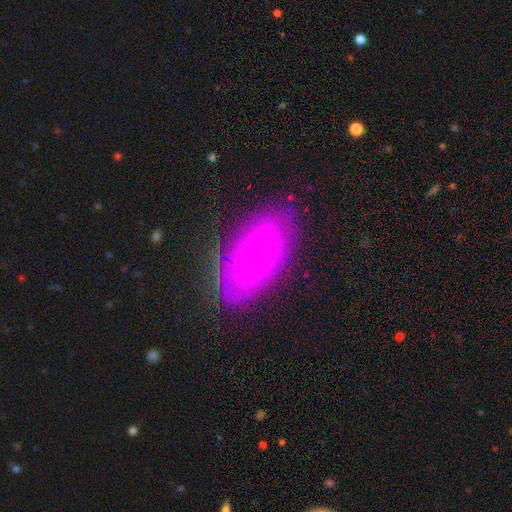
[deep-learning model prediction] This appears to be a featured or disk galaxy (75%) with no bar (74%), tight (76%) spiral arms (89%) and a small central bulge (85%). Merging: none (76%).